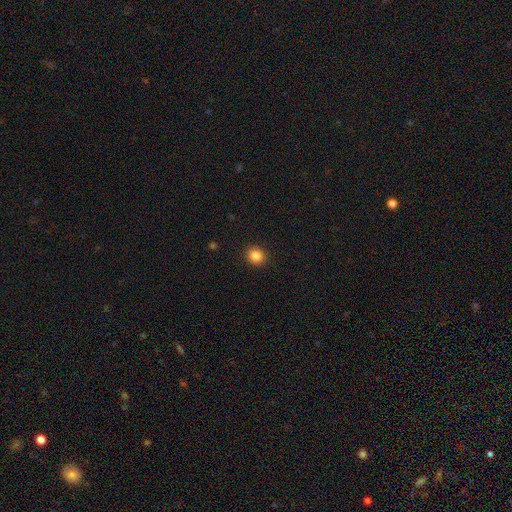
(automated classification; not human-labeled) smooth_or_featured: smooth (p=0.85) [alt: star or artifact p=0.11]
how_rounded: round (p=0.83) [alt: in between p=0.17]
merging: none (p=0.92) [alt: minor disturbance p=0.05]